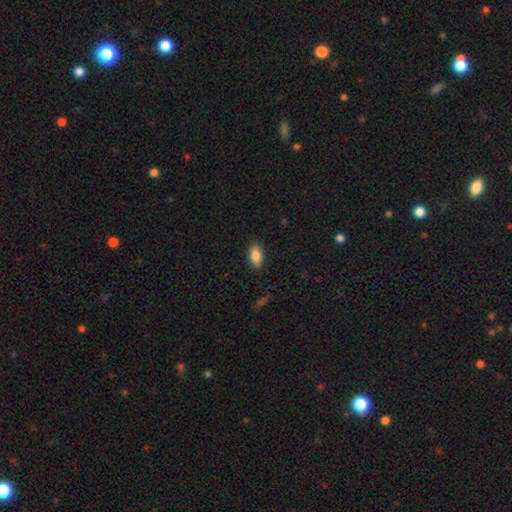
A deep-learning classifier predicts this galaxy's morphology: type=smooth (85%); roundness=in between (89%); merging=none (87%).